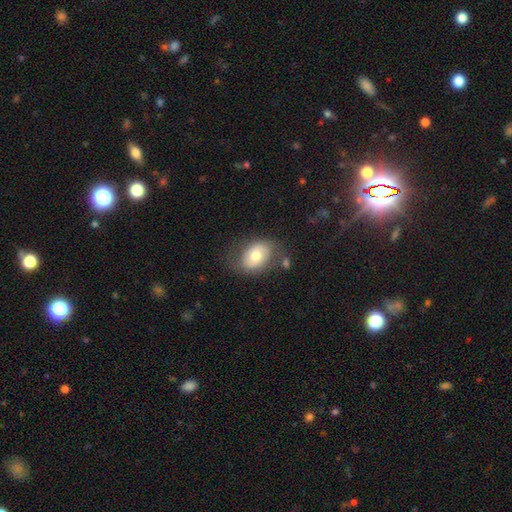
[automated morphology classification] A smooth galaxy with no disk features (65%) that is in between round and cigar-shaped (80%).

Vote fractions:
- Smooth or featured? smooth: 65% / featured or disk: 28% / star or artifact: 7%
- How rounded? in between: 80% / round: 19% / cigar-shaped: 1%
- Merging? none: 66% / minor disturbance: 21% / major disturbance: 9% / merger: 4%